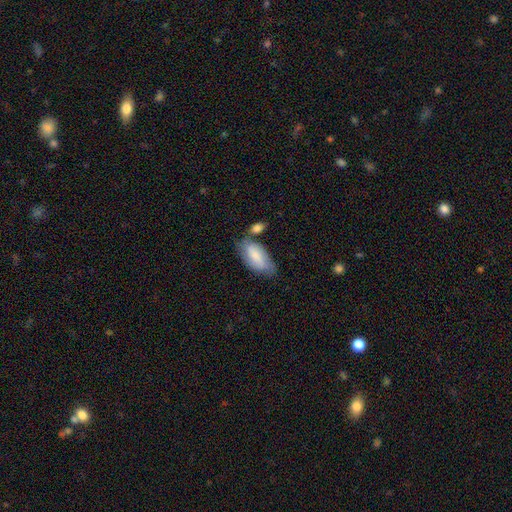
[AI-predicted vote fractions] This appears to be a smooth galaxy with no disk features (75%) that is in between round and cigar-shaped (88%). Merging: none (52%).